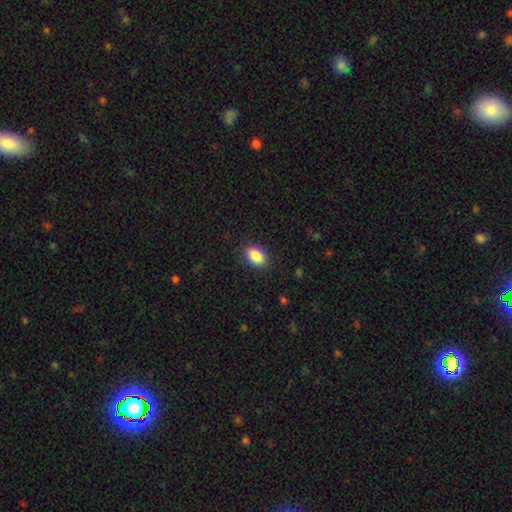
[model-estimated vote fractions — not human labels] Smooth or featured? smooth (87%)
How rounded? in between (87%)
Merging? none (88%)